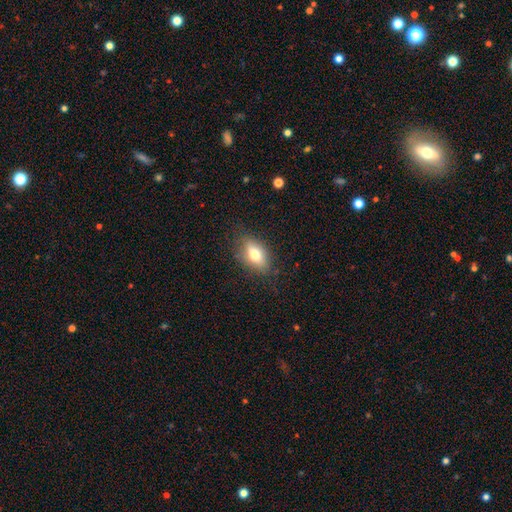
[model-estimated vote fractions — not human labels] A smooth galaxy with no disk features (73%) that is in between round and cigar-shaped (86%). Merging: none (80%).